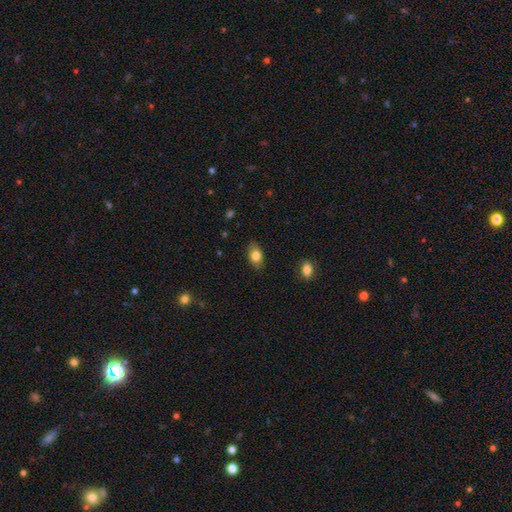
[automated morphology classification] smooth_or_featured: smooth (p=0.80) [alt: featured or disk p=0.12]
how_rounded: in between (p=0.86) [alt: round p=0.12]
merging: none (p=0.85) [alt: minor disturbance p=0.12]